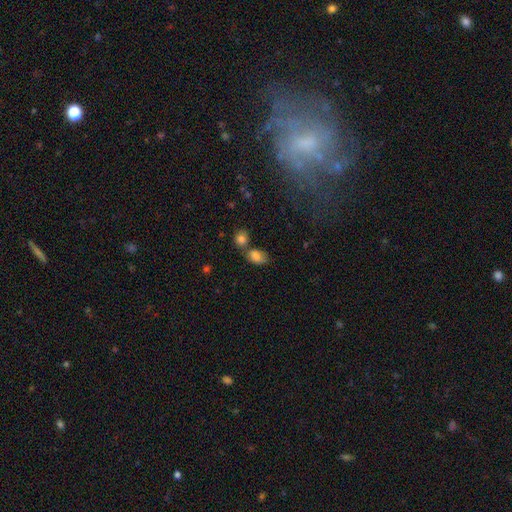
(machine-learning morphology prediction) smooth_or_featured: smooth (p=0.82) [alt: star or artifact p=0.10]
how_rounded: in between (p=0.81) [alt: round p=0.17]
merging: none (p=0.49) [alt: merger p=0.32]